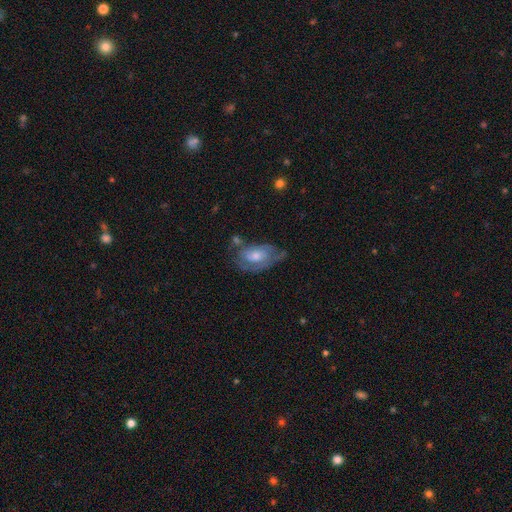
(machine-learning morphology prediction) Smooth or featured: featured or disk — 64% (smooth — 29%)
Edge-on disk: no — 93% (yes — 7%)
Bar: no — 70% (weak — 26%)
Spiral arms: yes — 74% (no — 26%)
Bulge size: moderate — 59% (small — 25%)
Merging: none — 48% (minor disturbance — 28%)